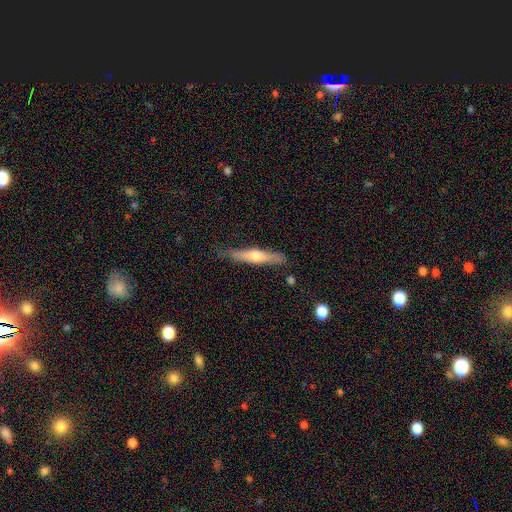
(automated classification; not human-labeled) A featured or disk galaxy (53%) viewed edge-on (93%).

Vote fractions:
- Smooth or featured? featured or disk: 53% / smooth: 42% / star or artifact: 5%
- Edge-on disk? yes: 93% / no: 7%
- Merging? none: 78% / minor disturbance: 16% / major disturbance: 3% / merger: 2%